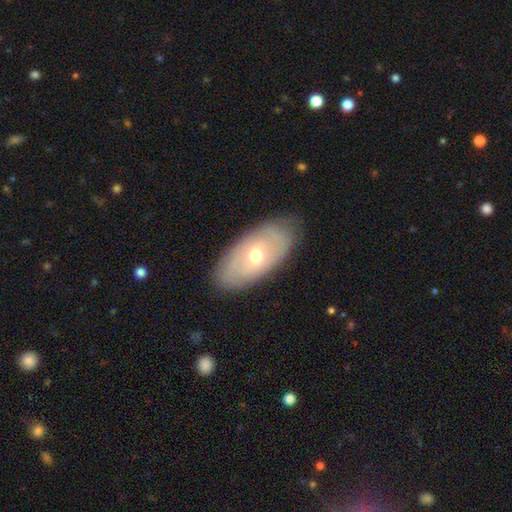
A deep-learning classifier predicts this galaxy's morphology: Smooth or featured?
  - smooth: 53% *
  - featured or disk: 41%
  - star or artifact: 7%
How rounded?
  - in between: 90% *
  - cigar-shaped: 5%
  - round: 4%
Merging?
  - none: 80% *
  - minor disturbance: 15%
  - major disturbance: 4%
  - merger: 1%